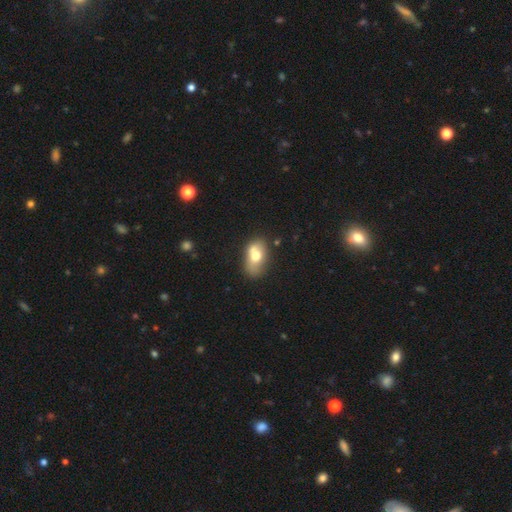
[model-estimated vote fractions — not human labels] smooth-or-featured: smooth: 64% | featured or disk: 27% | star or artifact: 9%
  how-rounded: in between: 84% | round: 14% | cigar-shaped: 2%
  merging: none: 42% | merger: 26% | minor disturbance: 23% | major disturbance: 10%